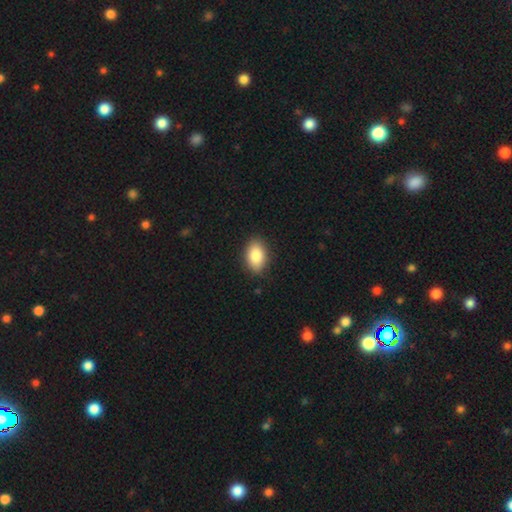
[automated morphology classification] Smooth or featured? Predicted: smooth (p=0.86). How rounded? Predicted: in between (p=0.89). Merging? Predicted: none (p=0.86).